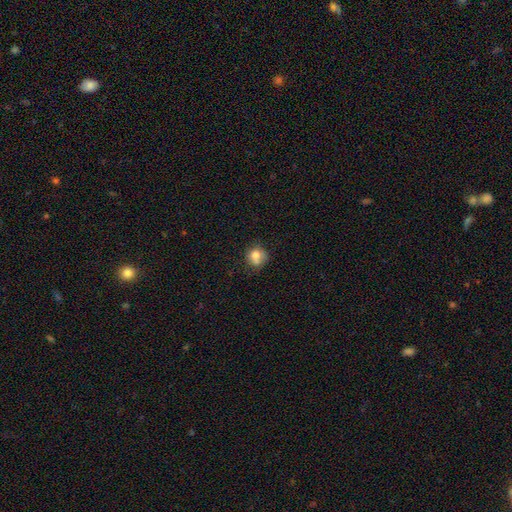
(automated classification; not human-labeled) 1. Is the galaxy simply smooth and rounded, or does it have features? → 77% smooth, 13% featured or disk, 10% star or artifact.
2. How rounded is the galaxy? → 79% round, 20% in between, 1% cigar-shaped.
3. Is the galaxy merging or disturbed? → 54% none, 22% minor disturbance, 17% merger, 7% major disturbance.